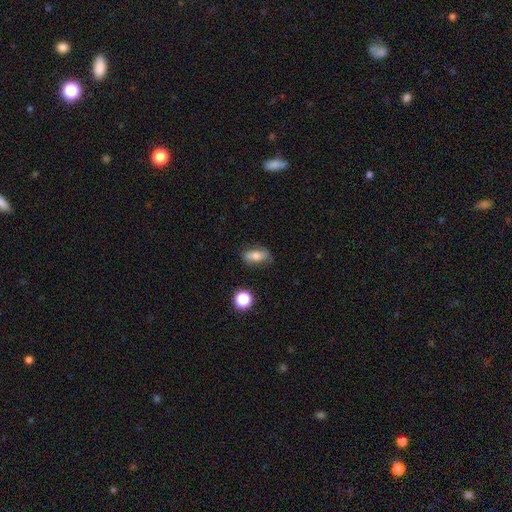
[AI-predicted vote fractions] A smooth galaxy with no disk features (59%) that is in between round and cigar-shaped (79%).

Vote fractions:
- Smooth or featured? smooth: 59% / featured or disk: 30% / star or artifact: 10%
- How rounded? in between: 79% / cigar-shaped: 11% / round: 10%
- Merging? none: 76% / minor disturbance: 18% / major disturbance: 4% / merger: 2%